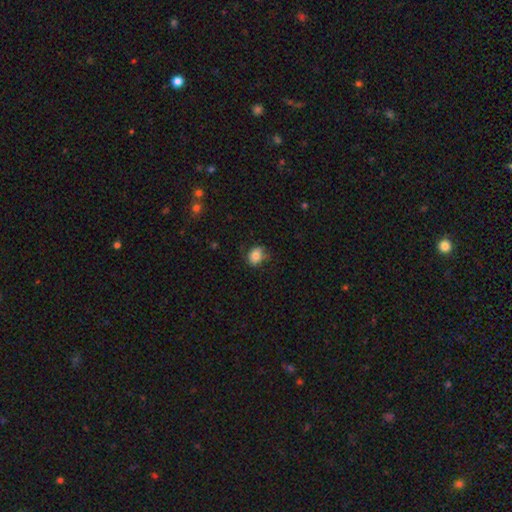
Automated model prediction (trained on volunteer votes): Overall: smooth (80%). How rounded: in between (53%; round 46%). Merging: none (66%).